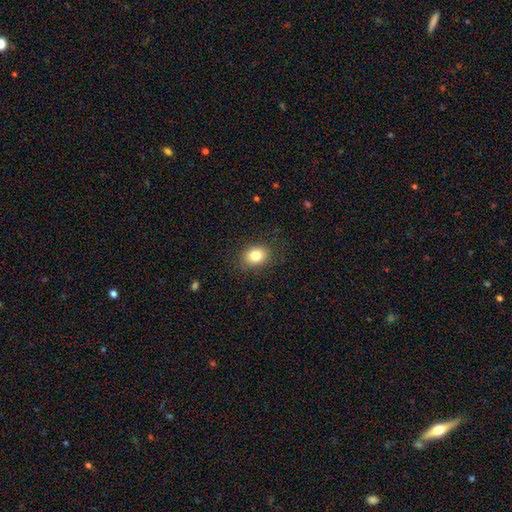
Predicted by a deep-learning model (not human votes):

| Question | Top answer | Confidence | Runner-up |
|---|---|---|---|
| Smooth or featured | smooth | 81% | star or artifact (10%) |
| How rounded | in between | 57% | round (42%) |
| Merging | none | 84% | minor disturbance (11%) |